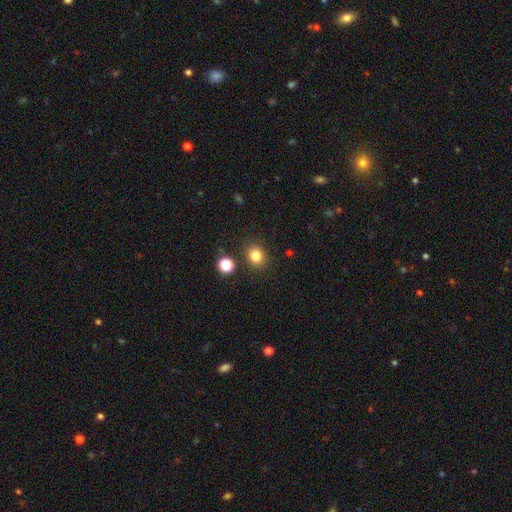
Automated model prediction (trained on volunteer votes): Smooth or featured? Predicted: smooth (p=0.82). How rounded? Predicted: round (p=0.69). Merging? Predicted: none (p=0.85).